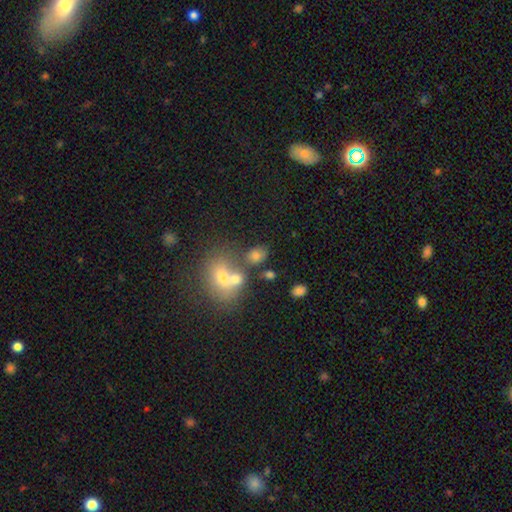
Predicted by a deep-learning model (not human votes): Smooth or featured: smooth — 71% (star or artifact — 15%)
How rounded: in between — 57% (round — 41%)
Merging: none — 51% (merger — 30%)